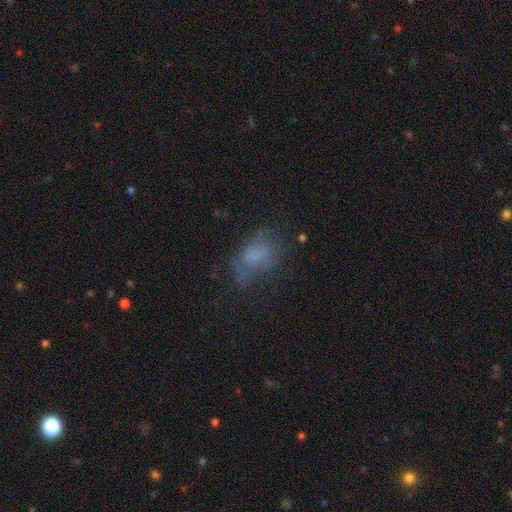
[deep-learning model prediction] Morphology: type=smooth (56%); roundness=in between (81%); merging=none (48%).